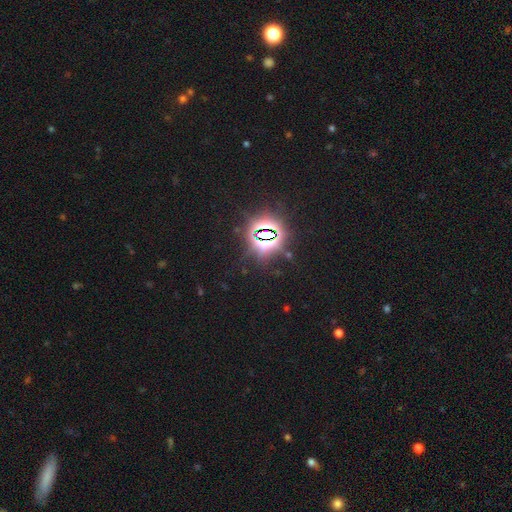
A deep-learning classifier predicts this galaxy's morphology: Q: Smooth or featured?
A: star or artifact (87%); runner-up: smooth (8%)